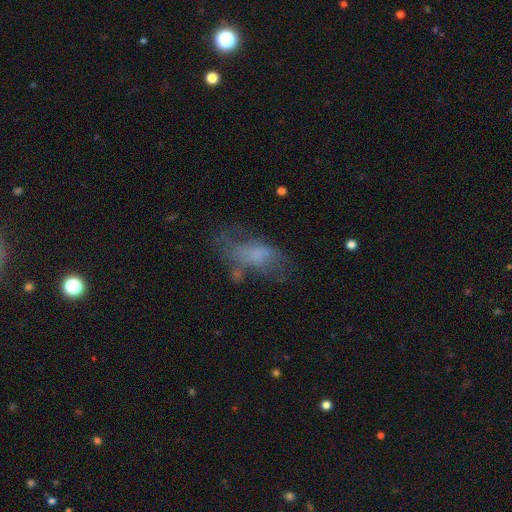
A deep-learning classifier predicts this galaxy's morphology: Overall: smooth (45%; featured or disk 38%). Merging: none (51%; minor disturbance 23%).